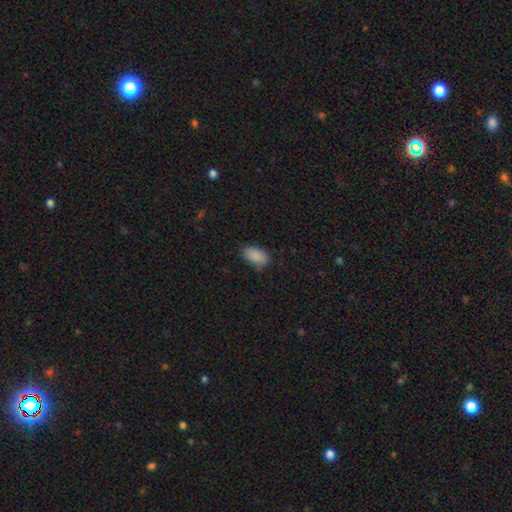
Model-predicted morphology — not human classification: smooth-or-featured: smooth: 88% | star or artifact: 8% | featured or disk: 5%
  how-rounded: in between: 93% | round: 4% | cigar-shaped: 2%
  merging: none: 72% | minor disturbance: 22% | major disturbance: 4% | merger: 2%